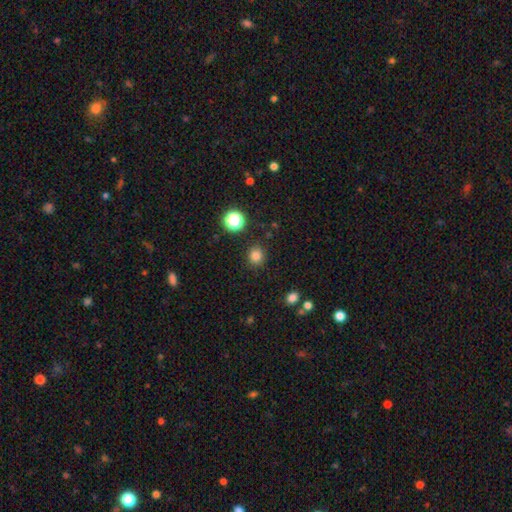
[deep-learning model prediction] smooth-or-featured: smooth: 81% | star or artifact: 14% | featured or disk: 4%
  how-rounded: round: 85% | in between: 14% | cigar-shaped: 1%
  merging: none: 88% | minor disturbance: 7% | major disturbance: 3% | merger: 2%